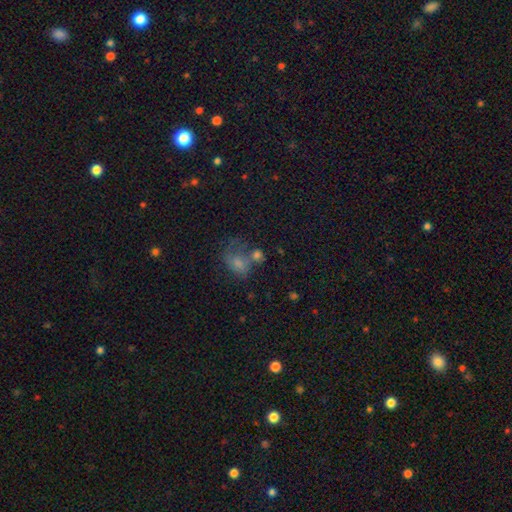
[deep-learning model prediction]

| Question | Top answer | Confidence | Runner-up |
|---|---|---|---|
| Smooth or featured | smooth | 57% | featured or disk (22%) |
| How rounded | in between | 63% | round (35%) |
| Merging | none | 34% | merger (28%) |